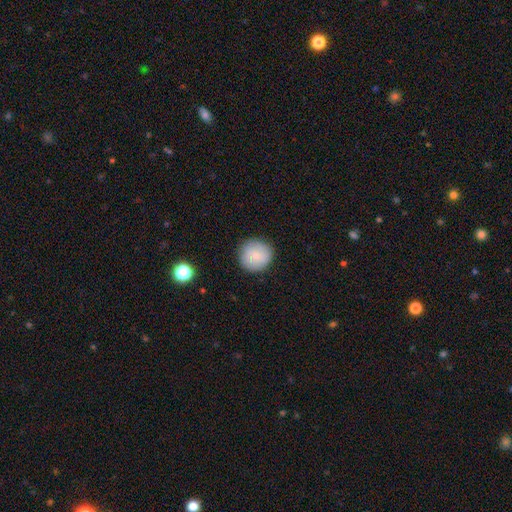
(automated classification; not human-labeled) Morphology: type=smooth (81%); roundness=round (93%); merging=none (87%).